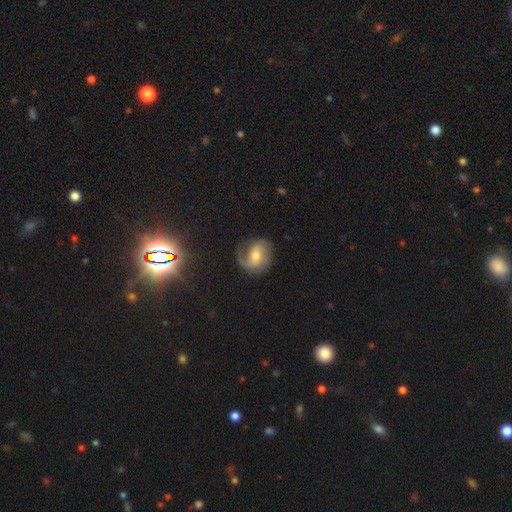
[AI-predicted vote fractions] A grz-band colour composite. It shows a featured or disk galaxy (71%) with no bar (49%), 2 (46%) medium (44%) spiral arms (92%) and a moderate central bulge (58%). Merging: none (63%).